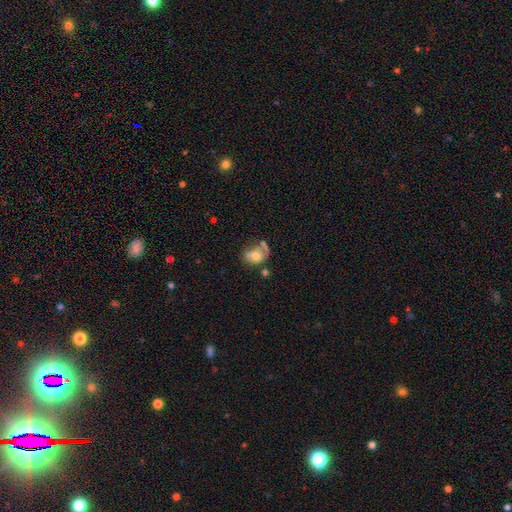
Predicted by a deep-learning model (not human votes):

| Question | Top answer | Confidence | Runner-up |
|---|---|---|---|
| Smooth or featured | smooth | 57% | featured or disk (34%) |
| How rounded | in between | 58% | round (40%) |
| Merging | none | 33% | minor disturbance (25%) |